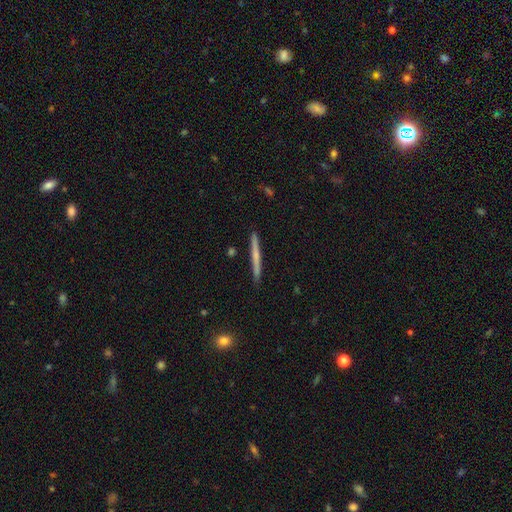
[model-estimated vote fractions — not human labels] Smooth or featured? smooth (47%, tied with featured or disk)
Merging? none (91%)